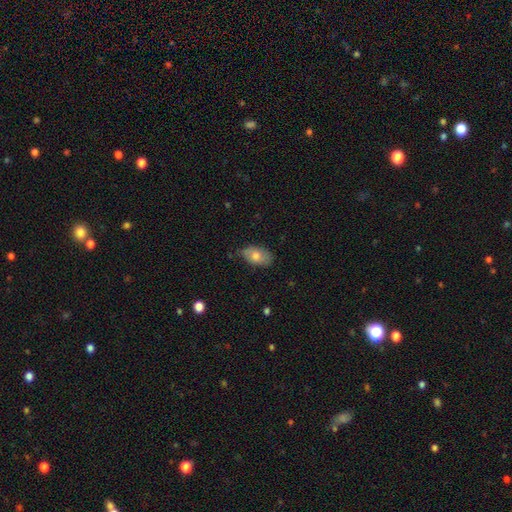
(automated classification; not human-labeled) This is likely a smooth galaxy (72%). How rounded: clearly in between (92%). Merging: likely none (73%).